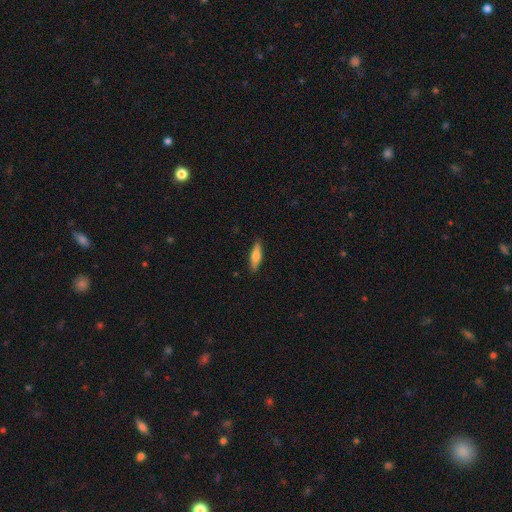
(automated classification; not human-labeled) Overall: smooth (70%). How rounded: cigar-shaped (62%; in between 36%). Merging: none (88%).